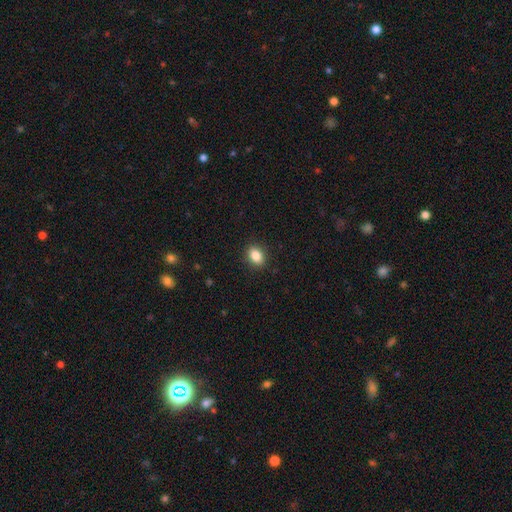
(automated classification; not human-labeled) This is clearly a smooth galaxy (86%). How rounded: likely in between (74%). Merging: clearly none (89%).